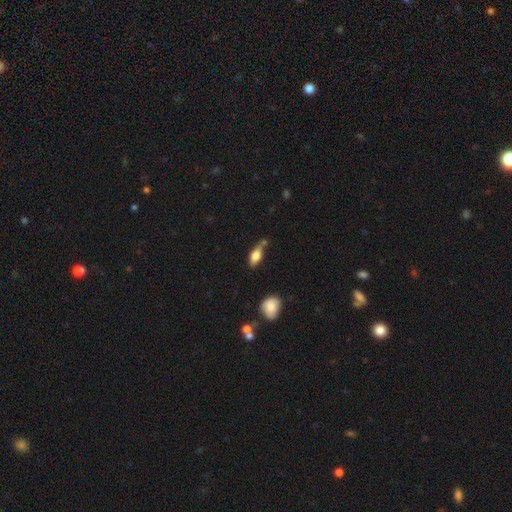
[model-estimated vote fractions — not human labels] smooth-or-featured: smooth: 72% | featured or disk: 20% | star or artifact: 8%
  how-rounded: in between: 77% | cigar-shaped: 18% | round: 5%
  merging: none: 47% | minor disturbance: 26% | merger: 17% | major disturbance: 9%